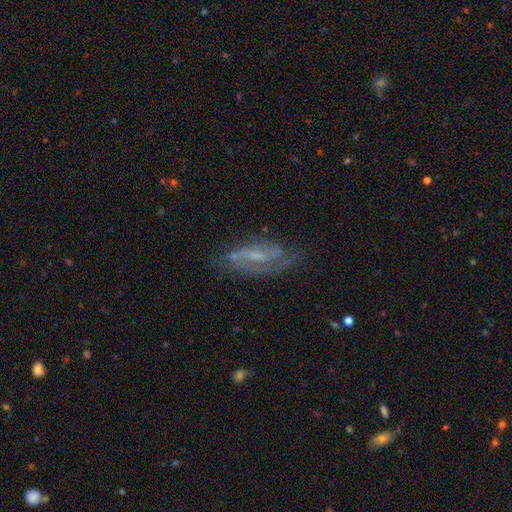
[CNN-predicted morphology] Overall: featured or disk (73%). Edge-on disk: no (87%). Bar: weak (46%; no 28%). Spiral arms: yes (85%). Spiral arm count: 2 (60%; can't tell 20%). Spiral winding: medium (44%; tight 31%). Bulge size: small (44%; none 32%). Merging: none (64%).